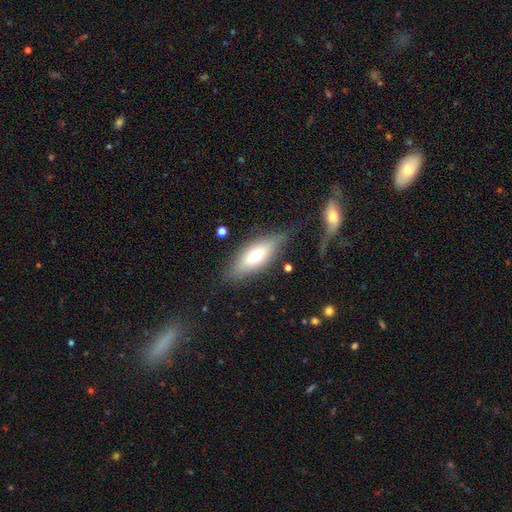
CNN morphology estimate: The model was most divided on "smooth or featured": smooth: 58%, featured or disk: 34%, star or artifact: 8%. More confident: merging — none (74%); how rounded — in between (69%).